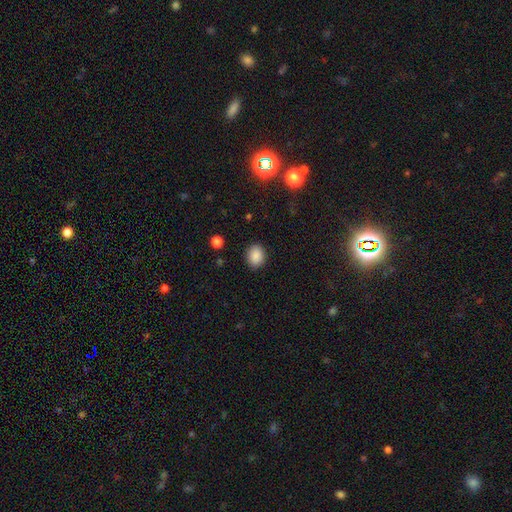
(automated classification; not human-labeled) Smooth or featured: smooth — 88% (star or artifact — 9%)
How rounded: round — 50% (in between — 49%)
Merging: none — 88% (minor disturbance — 8%)